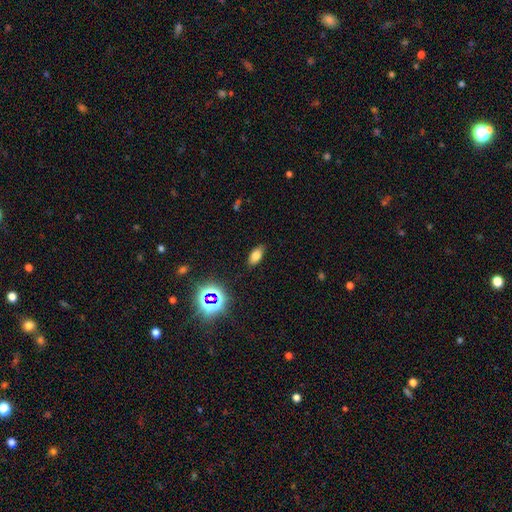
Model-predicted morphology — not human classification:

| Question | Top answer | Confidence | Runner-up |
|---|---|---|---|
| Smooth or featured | smooth | 73% | star or artifact (16%) |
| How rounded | in between | 86% | cigar-shaped (9%) |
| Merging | none | 86% | minor disturbance (10%) |